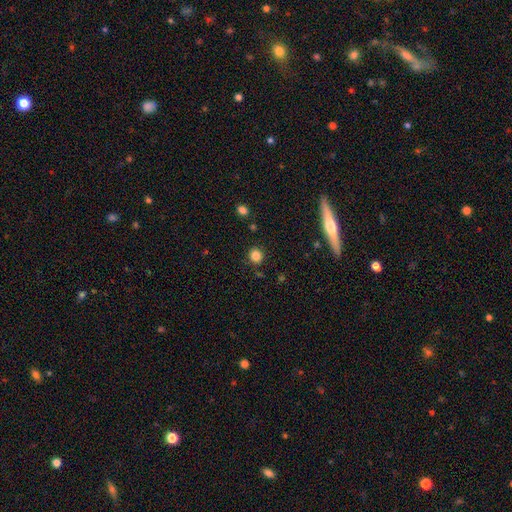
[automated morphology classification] smooth 84%, star or artifact 12%, featured or disk 5%. Down the decision tree: how rounded — round (81%); merging — none (87%).